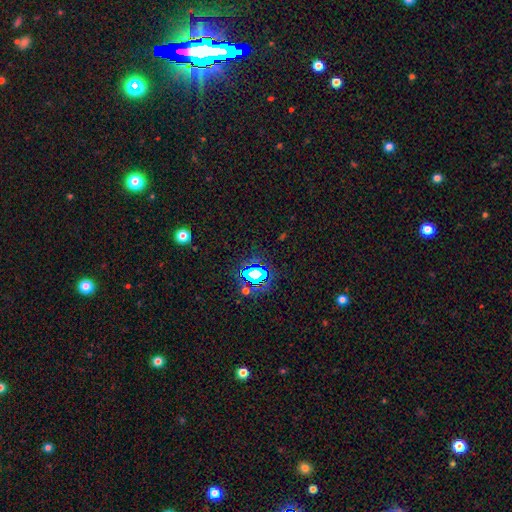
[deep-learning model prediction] star or artifact 79%, smooth 13%, featured or disk 8%.